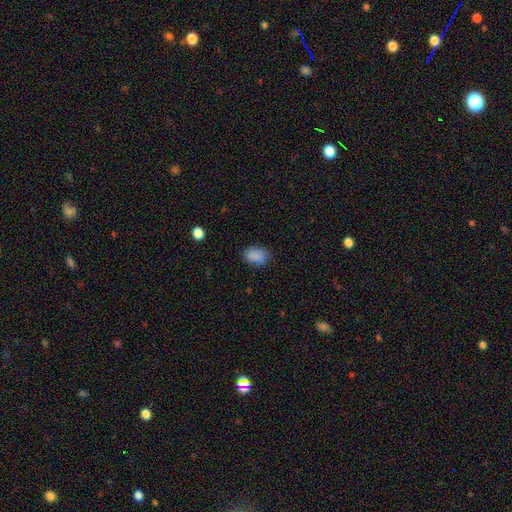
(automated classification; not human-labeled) smooth-or-featured: smooth: 87% | star or artifact: 9% | featured or disk: 4%
  how-rounded: in between: 79% | round: 20% | cigar-shaped: 1%
  merging: none: 78% | minor disturbance: 17% | major disturbance: 4% | merger: 1%